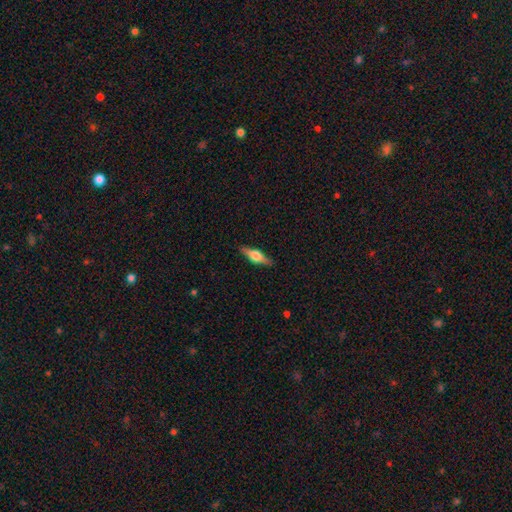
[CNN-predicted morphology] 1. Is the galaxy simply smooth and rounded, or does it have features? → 61% featured or disk, 33% smooth, 6% star or artifact.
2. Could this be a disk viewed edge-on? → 95% yes, 5% no.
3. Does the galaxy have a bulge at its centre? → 92% rounded, 7% boxy, 2% none.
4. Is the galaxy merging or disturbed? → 89% none, 8% minor disturbance, 2% major disturbance, 1% merger.